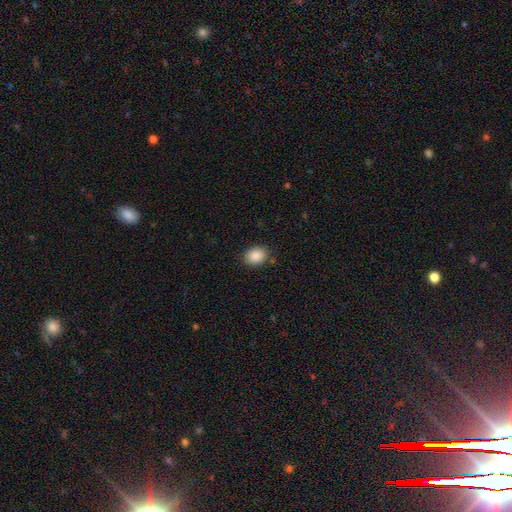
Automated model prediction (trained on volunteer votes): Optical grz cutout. It shows a smooth galaxy with no disk features (88%) that is in between round and cigar-shaped (58%). Merging: none (86%).